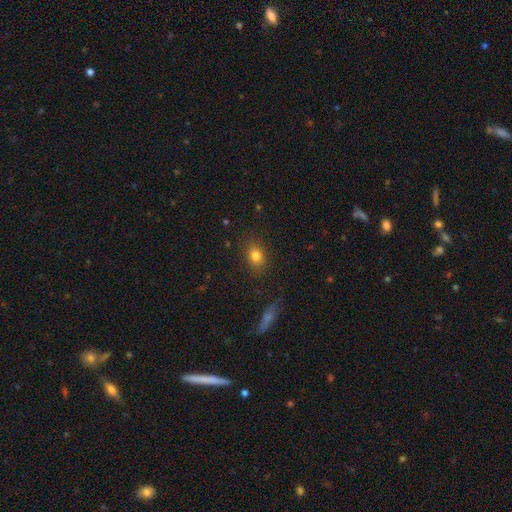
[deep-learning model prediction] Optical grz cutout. It shows a smooth galaxy with no disk features (80%) that is in between round and cigar-shaped (60%). Merging: none (84%).